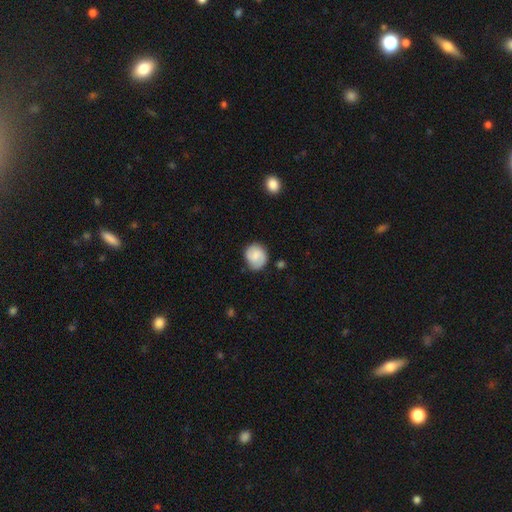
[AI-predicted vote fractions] smooth 57%, featured or disk 35%, star or artifact 7%. Down the decision tree: how rounded — round (75%); merging — none (75%).